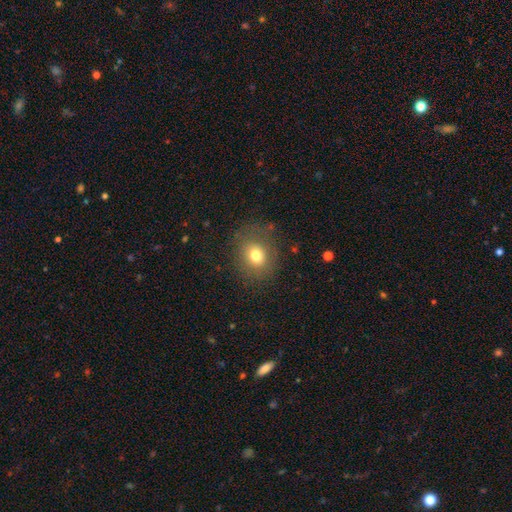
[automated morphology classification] Smooth or featured? Predicted: smooth (p=0.73). How rounded? Predicted: round (p=0.69). Merging? Predicted: none (p=0.78).